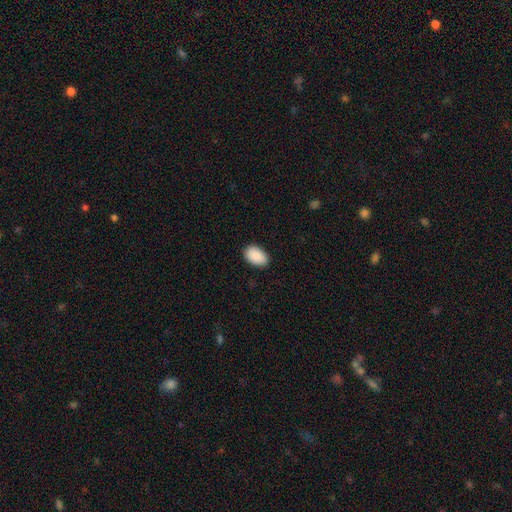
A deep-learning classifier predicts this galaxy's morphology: Smooth or featured?
  - smooth: 91% *
  - star or artifact: 6%
  - featured or disk: 2%
How rounded?
  - in between: 92% *
  - round: 7%
  - cigar-shaped: 1%
Merging?
  - none: 88% *
  - minor disturbance: 9%
  - major disturbance: 2%
  - merger: 1%